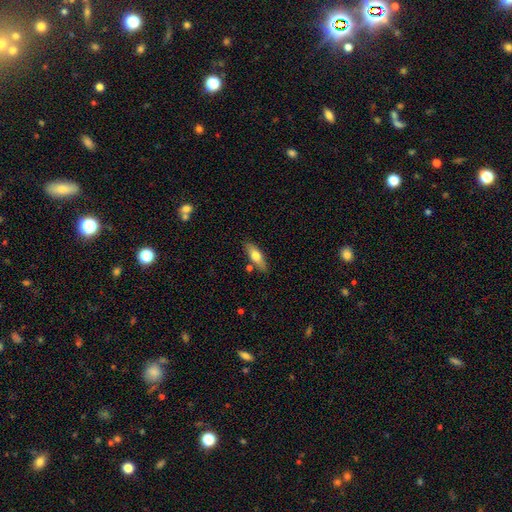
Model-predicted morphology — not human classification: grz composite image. It shows a smooth galaxy with no disk features (68%) that is in between round and cigar-shaped (61%). Merging: none (76%).